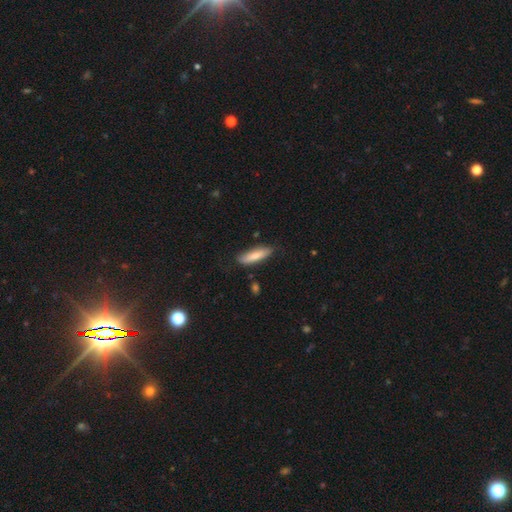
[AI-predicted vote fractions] This is likely a smooth galaxy (77%). How rounded: likely cigar-shaped (66%). Merging: clearly none (81%).